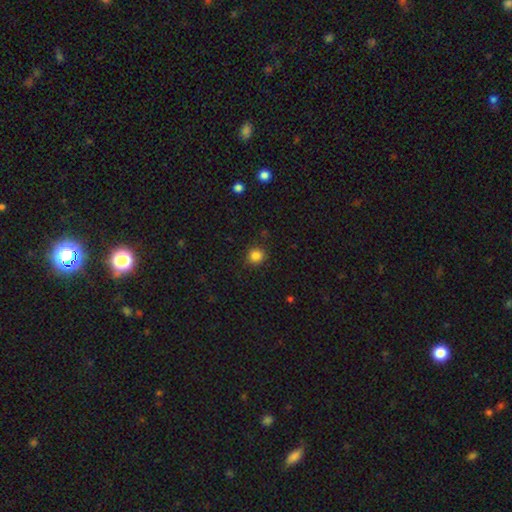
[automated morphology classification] Smooth or featured?
  - smooth: 85% *
  - star or artifact: 11%
  - featured or disk: 4%
How rounded?
  - round: 85% *
  - in between: 14%
  - cigar-shaped: 1%
Merging?
  - none: 87% *
  - minor disturbance: 9%
  - major disturbance: 3%
  - merger: 1%